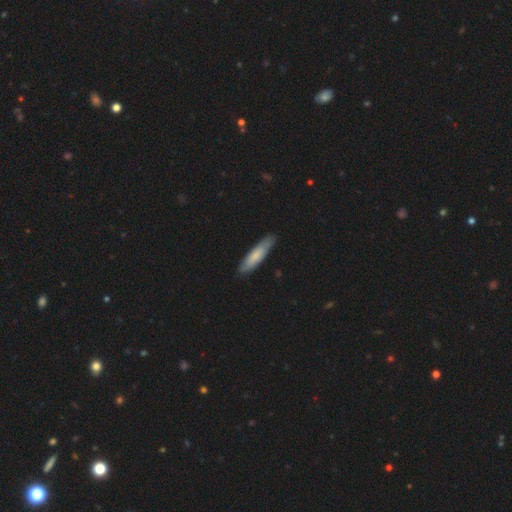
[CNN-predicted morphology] Q: Smooth or featured?
A: smooth (74%); runner-up: featured or disk (21%)
Q: How rounded?
A: cigar-shaped (80%); runner-up: in between (19%)
Q: Merging?
A: none (86%); runner-up: minor disturbance (11%)